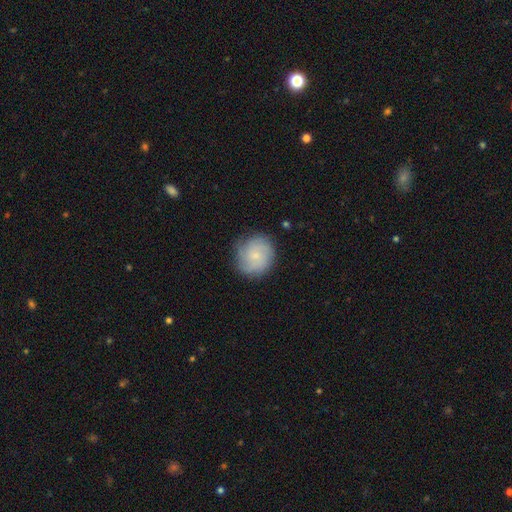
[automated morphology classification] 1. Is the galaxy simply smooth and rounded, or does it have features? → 49% smooth, 43% featured or disk, 8% star or artifact.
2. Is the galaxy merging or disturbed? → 77% none, 17% minor disturbance, 5% major disturbance, 1% merger.